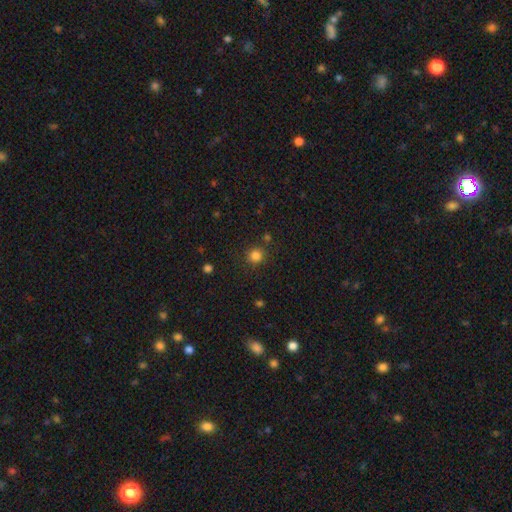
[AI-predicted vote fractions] This is clearly a smooth galaxy (83%). How rounded: clearly round (92%). Merging: clearly none (86%).